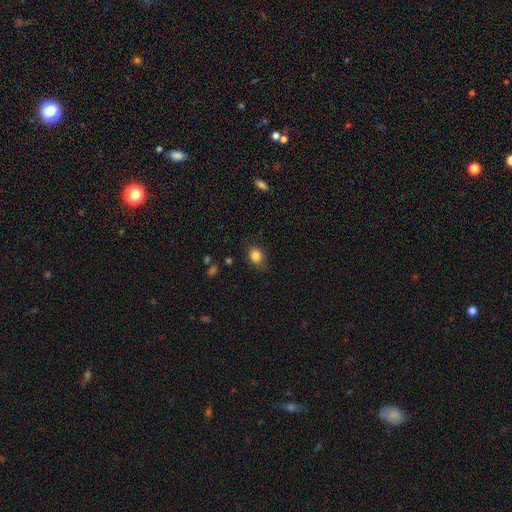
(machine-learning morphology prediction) A smooth galaxy with no disk features (85%) that is in between round and cigar-shaped (52%). Merging: none (78%).